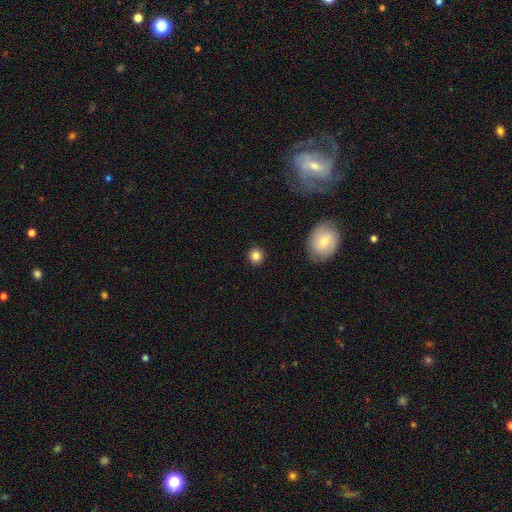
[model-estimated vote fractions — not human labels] This is clearly a smooth galaxy (84%). How rounded: clearly round (90%). Merging: clearly none (90%).